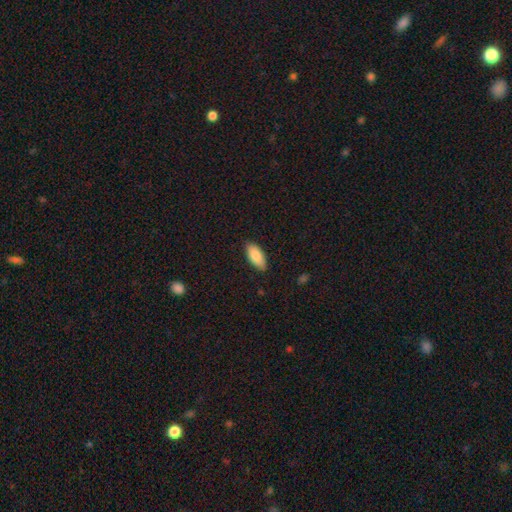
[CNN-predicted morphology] Q: Smooth or featured?
A: smooth (85%); runner-up: featured or disk (9%)
Q: How rounded?
A: in between (91%); runner-up: cigar-shaped (7%)
Q: Merging?
A: none (86%); runner-up: minor disturbance (11%)